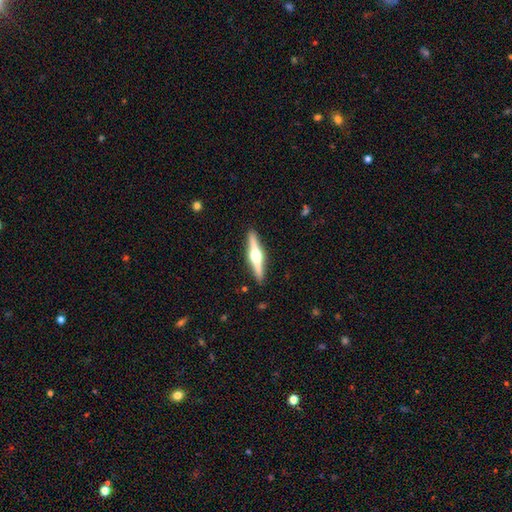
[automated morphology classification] A featured or disk galaxy (78%) viewed edge-on (98%) with a rounded central bulge (96%).

Vote fractions:
- Smooth or featured? featured or disk: 78% / smooth: 18% / star or artifact: 5%
- Edge-on disk? yes: 98% / no: 2%
- Edge-on bulge? rounded: 96% / boxy: 3% / none: 2%
- Merging? none: 92% / minor disturbance: 6% / major disturbance: 1% / merger: 1%